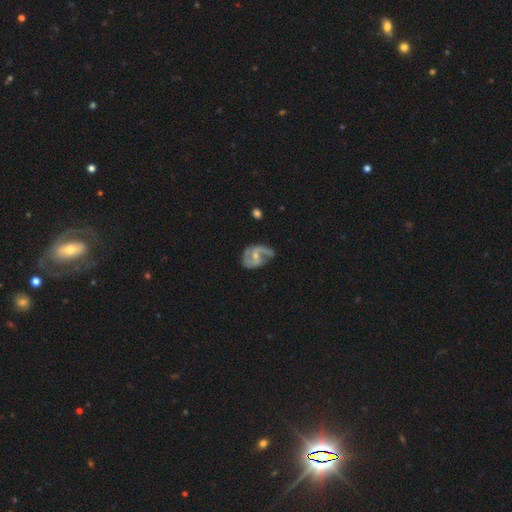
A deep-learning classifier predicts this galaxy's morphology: featured or disk 80%, smooth 15%, star or artifact 6%. Down the decision tree: edge-on disk — no (98%); bar — weak (44%); spiral arms — yes (90%); spiral arm count — 2 (72%); spiral winding — medium (43%); bulge size — small (58%); merging — none (46%).